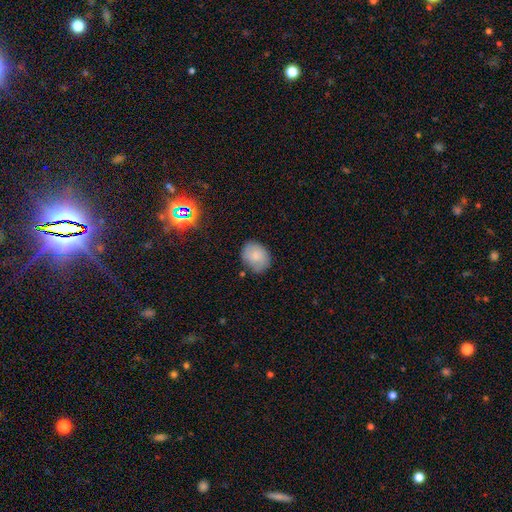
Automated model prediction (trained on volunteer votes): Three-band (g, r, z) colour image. It shows a smooth galaxy with no disk features (81%) that is in between round and cigar-shaped (59%). Merging: none (72%).